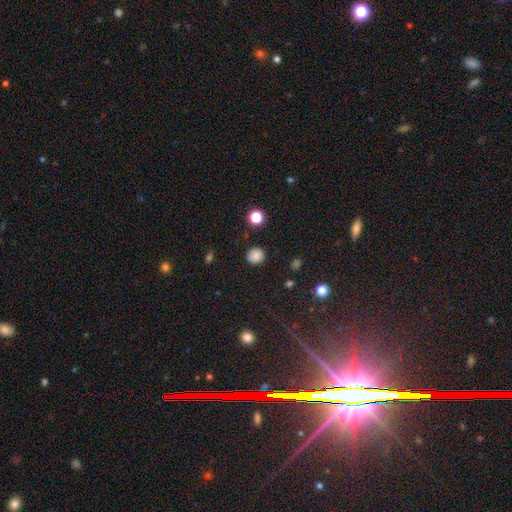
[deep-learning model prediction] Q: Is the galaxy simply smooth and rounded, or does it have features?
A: smooth — 84%.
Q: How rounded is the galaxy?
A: round — 93%.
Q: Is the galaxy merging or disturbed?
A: none — 89%.